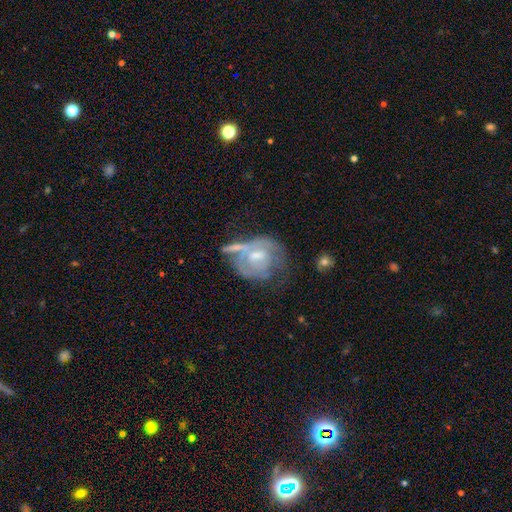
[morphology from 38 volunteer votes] Smooth or featured?
  - featured or disk: 74% *
  - smooth: 18%
  - star or artifact: 8%
Edge-on disk?
  - no: 93% *
  - yes: 7%
Bar?
  - no: 46% *
  - weak: 35%
  - strong: 19%
Spiral arms?
  - yes: 73% *
  - no: 27%
Spiral winding?
  - tight: 53% *
  - medium: 32%
  - loose: 16%
Spiral arm count?
  - 2: 42% *
  - can't tell: 37%
  - 1: 16%
  - 3: 5%
  - 4: 0%
  - more than 4: 0%
Bulge size?
  - moderate: 58% *
  - small: 27%
  - large: 8%
  - none: 8%
  - dominant: 0%
Merging?
  - none: 37% *
  - merger: 31%
  - major disturbance: 20%
  - minor disturbance: 11%